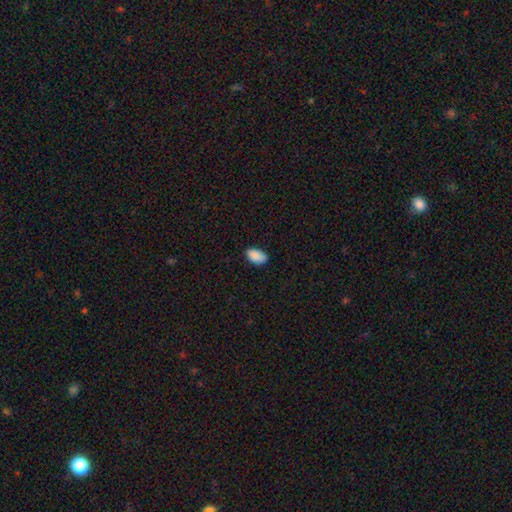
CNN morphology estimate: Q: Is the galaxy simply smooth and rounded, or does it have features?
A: smooth — 89%.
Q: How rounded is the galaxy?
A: in between — 94%.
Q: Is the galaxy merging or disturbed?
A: none — 79%.